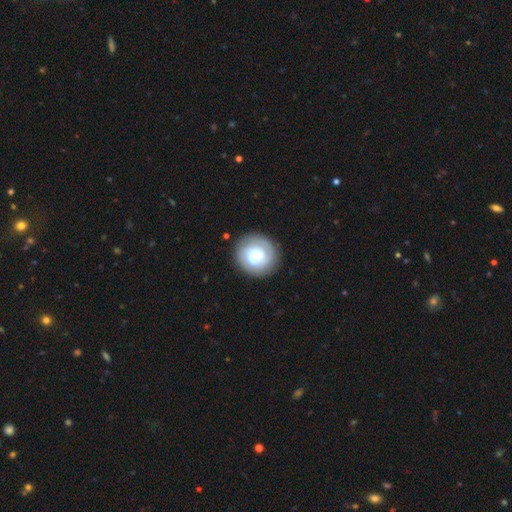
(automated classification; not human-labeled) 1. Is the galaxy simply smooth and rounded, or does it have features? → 70% featured or disk, 25% smooth, 5% star or artifact.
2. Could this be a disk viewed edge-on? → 98% no, 2% yes.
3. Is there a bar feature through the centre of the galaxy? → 45% no, 44% weak, 11% strong.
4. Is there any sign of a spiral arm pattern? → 90% yes, 10% no.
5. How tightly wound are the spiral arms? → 62% tight, 28% medium, 9% loose.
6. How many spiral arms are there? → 61% 2, 16% can't tell, 9% 1, 9% 3, 2% 4, 2% more than 4.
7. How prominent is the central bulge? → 61% moderate, 22% small, 14% large, 2% dominant, 1% none.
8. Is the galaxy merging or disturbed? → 87% none, 9% minor disturbance, 3% major disturbance, 1% merger.